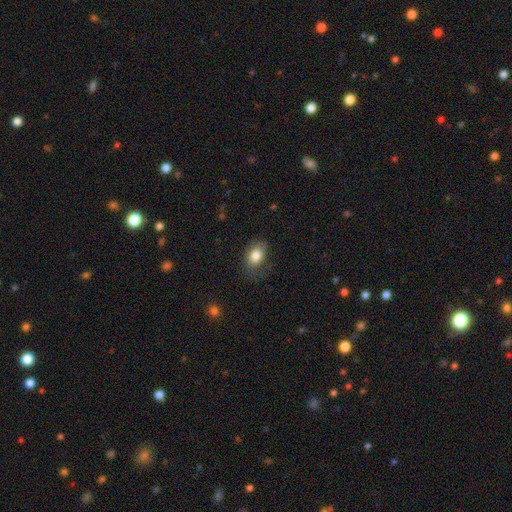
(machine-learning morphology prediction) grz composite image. It shows a smooth galaxy with no disk features (80%) that is in between round and cigar-shaped (80%). Merging: none (65%).